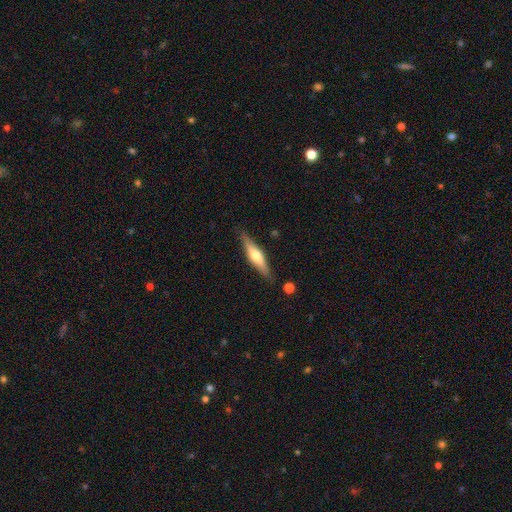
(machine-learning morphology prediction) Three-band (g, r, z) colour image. It shows a featured or disk galaxy (58%) viewed edge-on (94%) with a rounded central bulge (89%). Merging: none (85%).